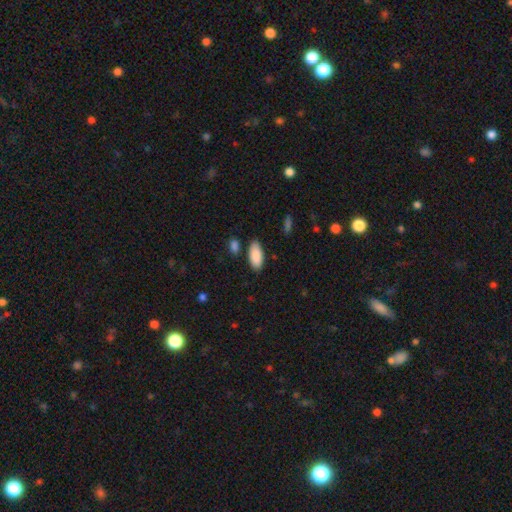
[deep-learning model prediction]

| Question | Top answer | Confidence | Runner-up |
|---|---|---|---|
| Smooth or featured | smooth | 89% | star or artifact (6%) |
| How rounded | in between | 89% | cigar-shaped (9%) |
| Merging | none | 82% | minor disturbance (11%) |